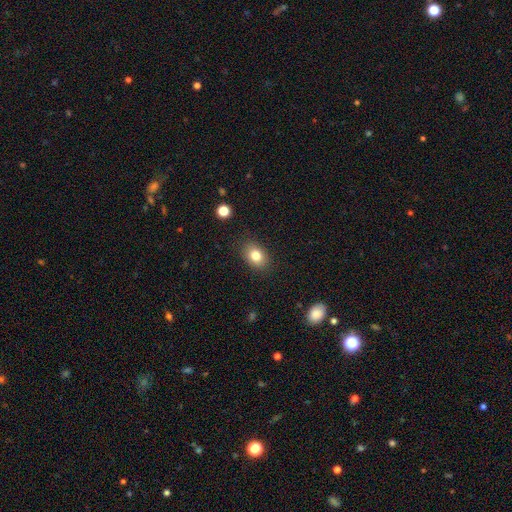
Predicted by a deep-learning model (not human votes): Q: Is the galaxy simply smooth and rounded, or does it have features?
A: smooth — 81%.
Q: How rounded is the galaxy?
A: in between — 70%.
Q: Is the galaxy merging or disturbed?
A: none — 86%.